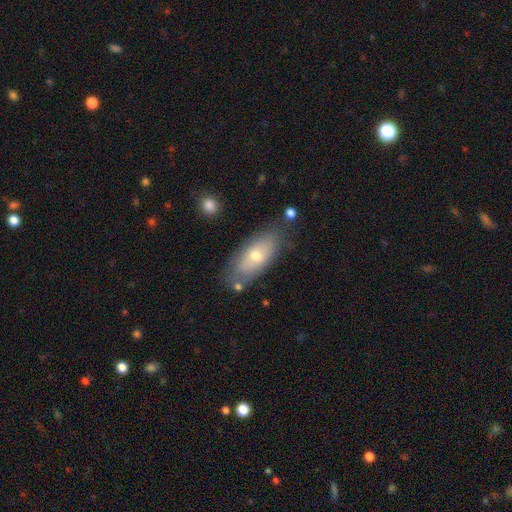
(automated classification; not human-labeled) smooth 57%, featured or disk 36%, star or artifact 7%. Down the decision tree: how rounded — in between (83%); merging — none (74%).